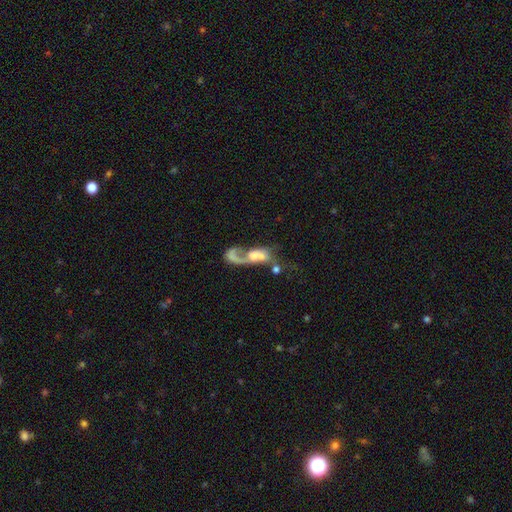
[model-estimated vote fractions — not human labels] Smooth or featured? featured or disk (60%)
Edge-on disk? no (92%)
Bar? no (71%)
Spiral arms? yes (61%)
Bulge size? moderate (36%)
Merging? merger (48%)